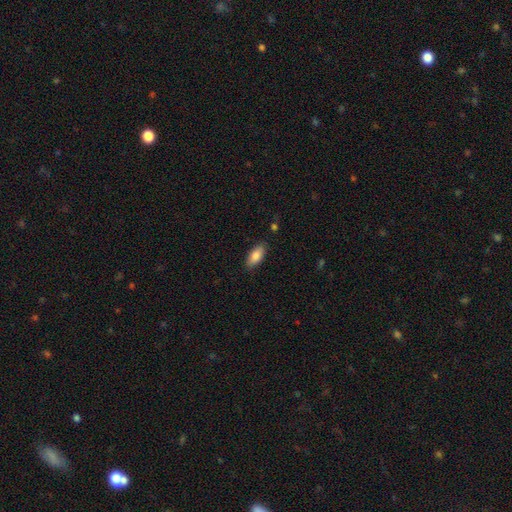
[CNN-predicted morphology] smooth_or_featured: smooth (p=0.85) [alt: featured or disk p=0.09]
how_rounded: in between (p=0.87) [alt: cigar-shaped p=0.11]
merging: none (p=0.86) [alt: minor disturbance p=0.11]